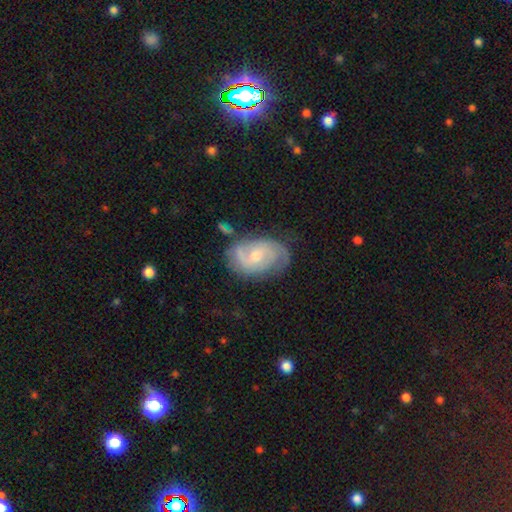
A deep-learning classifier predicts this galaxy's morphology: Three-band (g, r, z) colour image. It shows a featured or disk galaxy (80%) with no bar (53%), 2 (61%) tight (47%) spiral arms (93%) and a moderate central bulge (54%). Merging: none (68%).